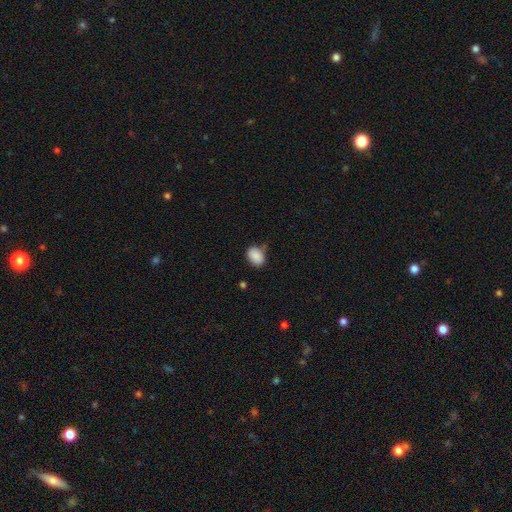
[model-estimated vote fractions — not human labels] smooth 88%, star or artifact 8%, featured or disk 4%. Down the decision tree: how rounded — in between (74%); merging — none (68%).